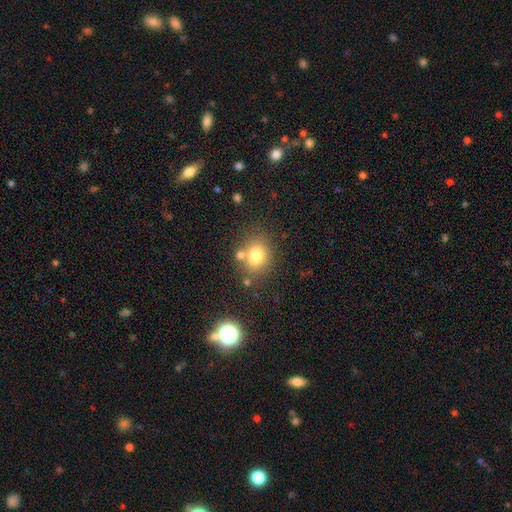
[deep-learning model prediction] Q: Smooth or featured?
A: smooth (76%); runner-up: star or artifact (13%)
Q: How rounded?
A: round (60%); runner-up: in between (39%)
Q: Merging?
A: none (68%); runner-up: merger (14%)